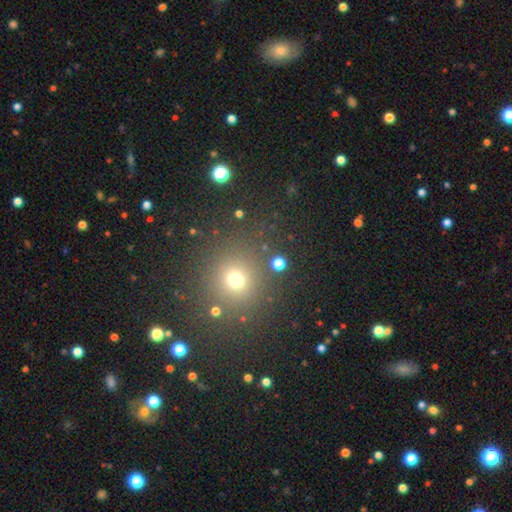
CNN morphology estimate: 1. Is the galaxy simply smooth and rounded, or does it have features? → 50% smooth, 43% star or artifact, 8% featured or disk.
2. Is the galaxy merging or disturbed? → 86% none, 7% minor disturbance, 3% merger, 3% major disturbance.